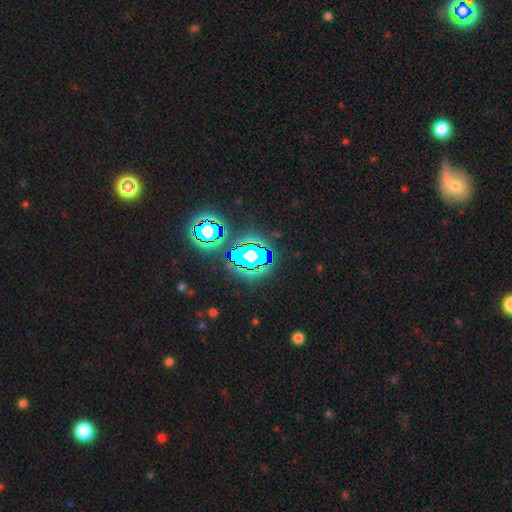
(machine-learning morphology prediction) type=star or artifact (75%).